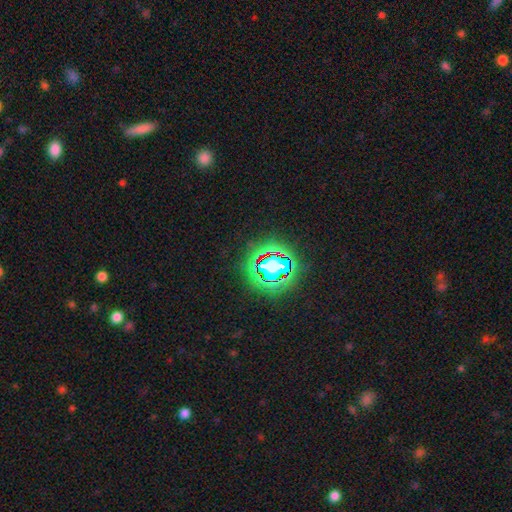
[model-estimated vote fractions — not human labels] The model was most divided on "smooth or featured": star or artifact: 76%, smooth: 15%, featured or disk: 9%.